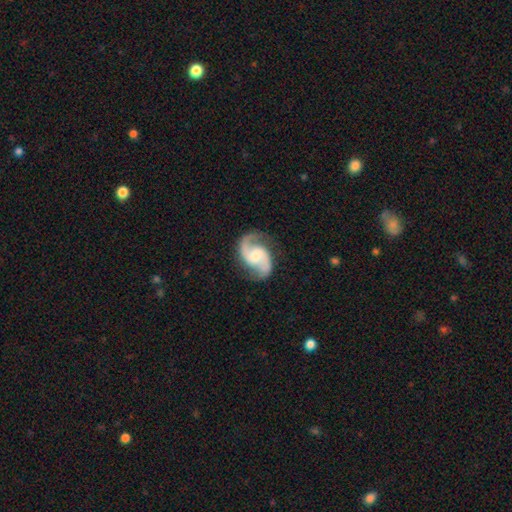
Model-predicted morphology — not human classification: Smooth or featured? featured or disk (91%)
Edge-on disk? no (98%)
Bar? weak (46%)
Spiral arms? yes (98%)
Spiral winding? medium (56%)
Spiral arm count? 2 (94%)
Bulge size? moderate (45%)
Merging? none (80%)